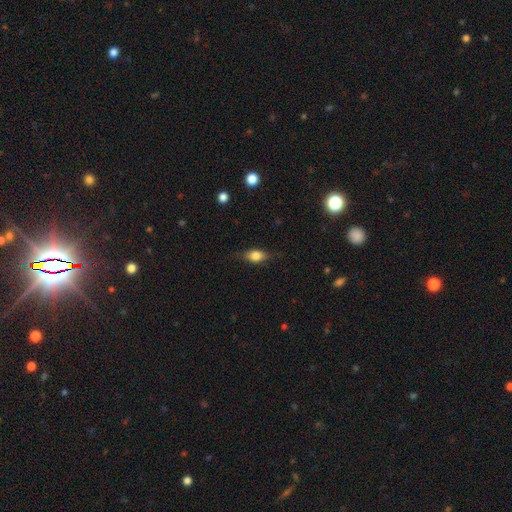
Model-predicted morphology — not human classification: This appears to be a smooth galaxy with no disk features (69%) that is in between round and cigar-shaped (76%). Merging: none (76%).